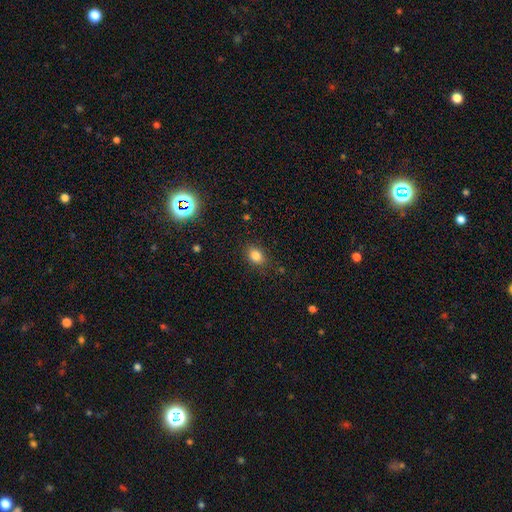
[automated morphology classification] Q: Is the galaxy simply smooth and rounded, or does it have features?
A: smooth — 82%.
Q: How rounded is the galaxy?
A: in between — 63%.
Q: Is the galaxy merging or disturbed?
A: none — 84%.